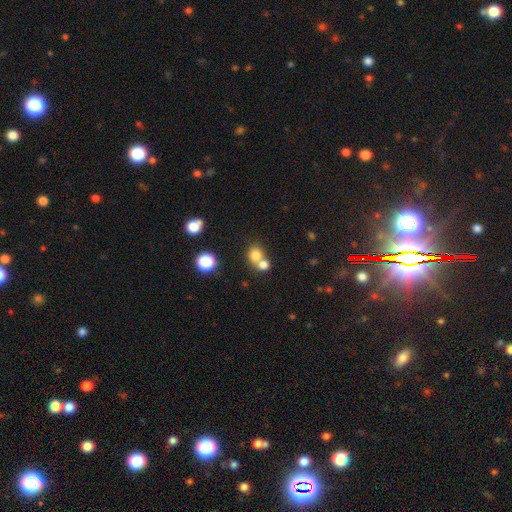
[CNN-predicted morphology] This appears to be a smooth galaxy with no disk features (77%) that is round (77%). Merging: merger (51%).